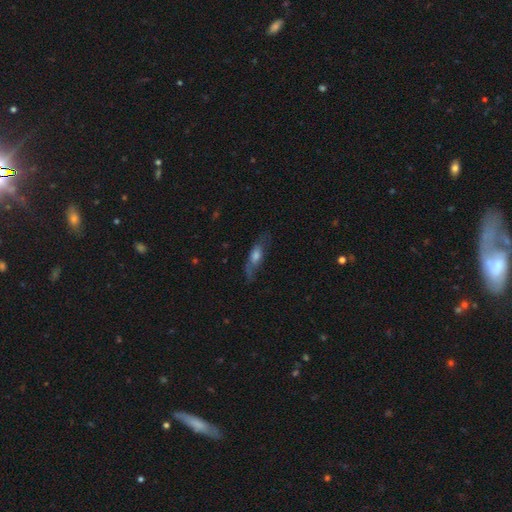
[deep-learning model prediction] A featured or disk galaxy (50%) viewed edge-on (52%).

Vote fractions:
- Smooth or featured? featured or disk: 50% / smooth: 40% / star or artifact: 10%
- Edge-on disk? yes: 52% / no: 48%
- Merging? none: 64% / minor disturbance: 22% / major disturbance: 13% / merger: 2%